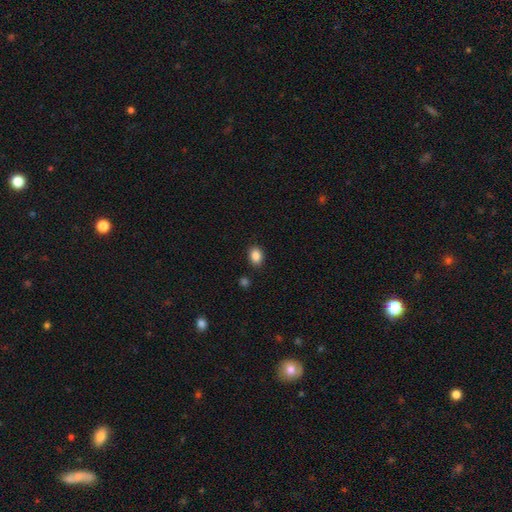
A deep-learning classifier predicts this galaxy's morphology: Q: Smooth or featured?
A: smooth (87%); runner-up: star or artifact (9%)
Q: How rounded?
A: in between (69%); runner-up: round (30%)
Q: Merging?
A: none (86%); runner-up: minor disturbance (9%)